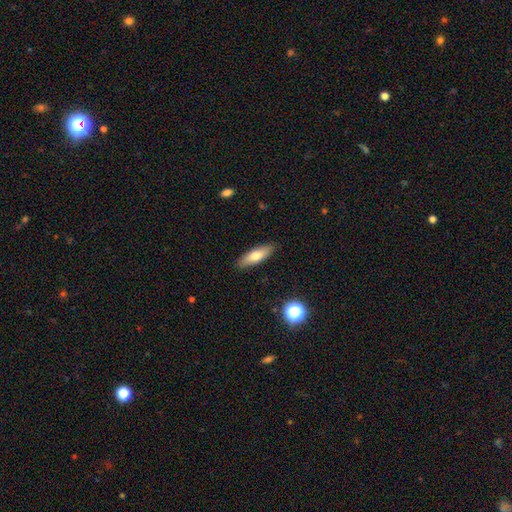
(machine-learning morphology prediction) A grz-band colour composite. It shows a smooth galaxy with no disk features (71%) that is cigar-shaped (53%). Merging: none (88%).